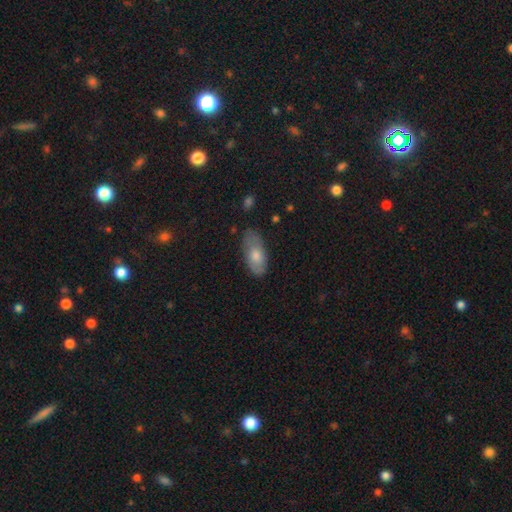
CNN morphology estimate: smooth_or_featured: smooth (p=0.61) [alt: featured or disk p=0.31]
how_rounded: in between (p=0.88) [alt: cigar-shaped p=0.08]
merging: none (p=0.75) [alt: minor disturbance p=0.19]